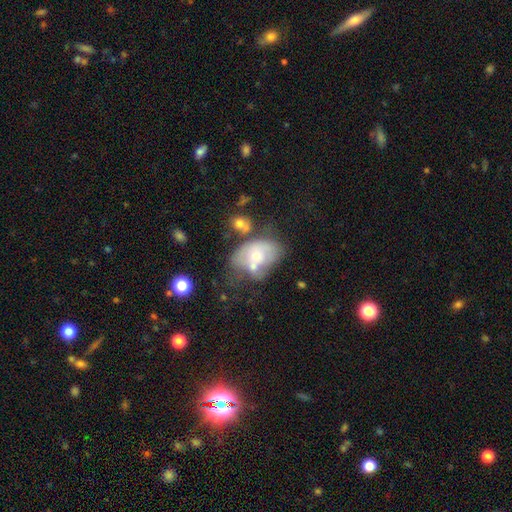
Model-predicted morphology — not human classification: Q: Smooth or featured?
A: smooth (47%); runner-up: featured or disk (44%)
Q: Merging?
A: merger (41%); runner-up: none (23%)